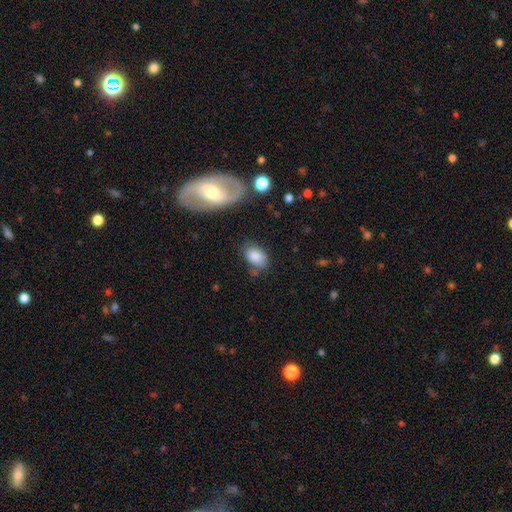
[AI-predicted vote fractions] This is clearly a smooth galaxy (83%). How rounded: clearly in between (86%). Merging: likely none (64%).